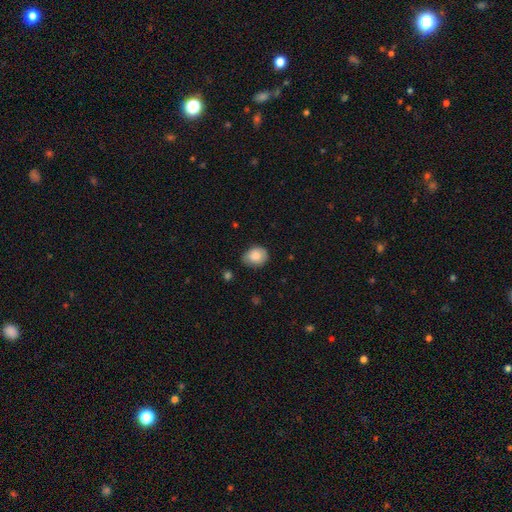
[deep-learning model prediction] This appears to be a smooth galaxy with no disk features (83%) that is round (55%). Merging: none (63%).